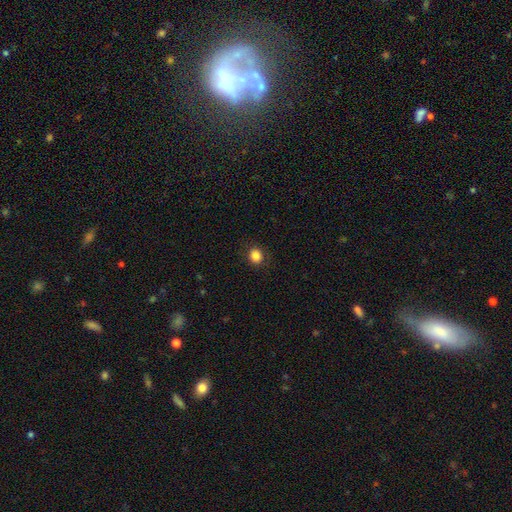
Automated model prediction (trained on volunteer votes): This is clearly a smooth galaxy (86%). How rounded: likely round (78%). Merging: clearly none (89%).